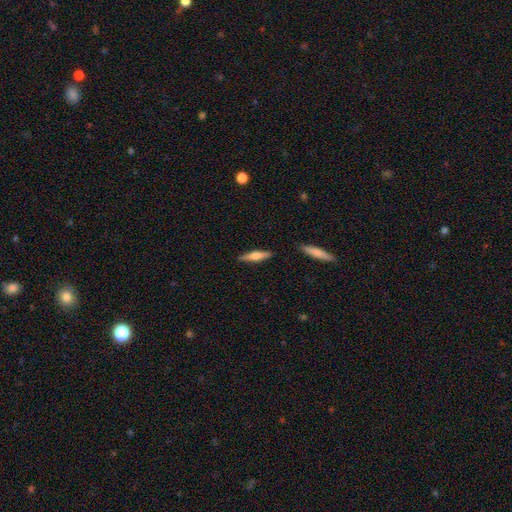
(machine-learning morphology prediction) Smooth or featured? Predicted: smooth (p=0.52). How rounded? Predicted: cigar-shaped (p=0.79). Merging? Predicted: none (p=0.87).